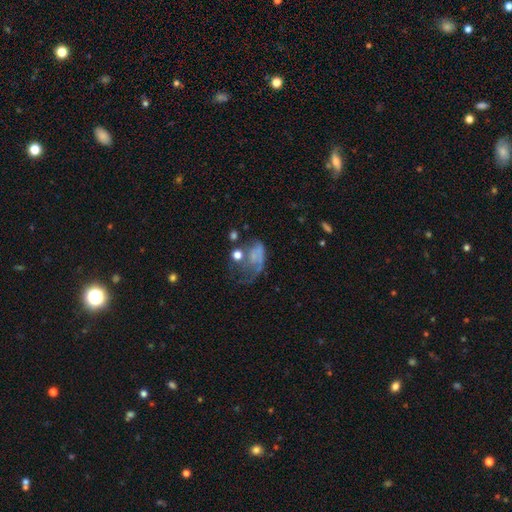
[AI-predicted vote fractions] Smooth or featured? smooth (43%)
Merging? major disturbance (54%)